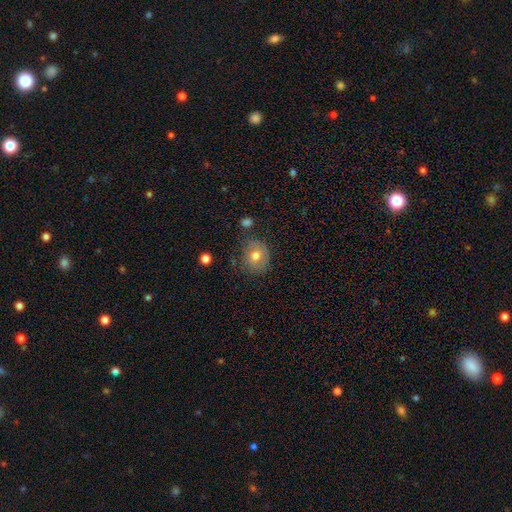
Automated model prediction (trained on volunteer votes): smooth_or_featured: smooth (p=0.70) [alt: featured or disk p=0.21]
how_rounded: round (p=0.66) [alt: in between p=0.33]
merging: none (p=0.71) [alt: minor disturbance p=0.20]